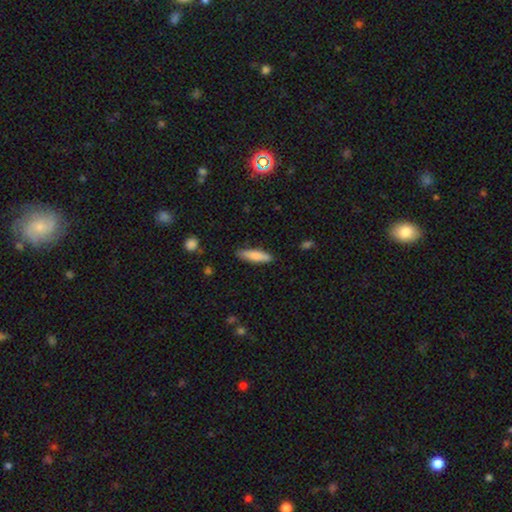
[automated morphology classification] Smooth or featured? Predicted: smooth (p=0.82). How rounded? Predicted: cigar-shaped (p=0.66). Merging? Predicted: none (p=0.82).